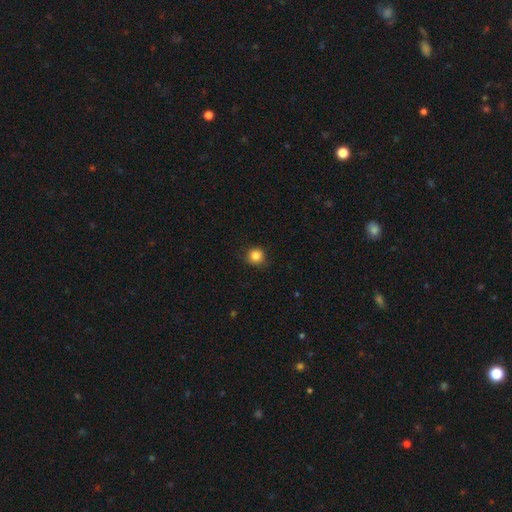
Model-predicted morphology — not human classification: A smooth galaxy with no disk features (84%) that is round (92%).

Vote fractions:
- Smooth or featured? smooth: 84% / star or artifact: 11% / featured or disk: 4%
- How rounded? round: 92% / in between: 7% / cigar-shaped: 1%
- Merging? none: 85% / minor disturbance: 12% / major disturbance: 2% / merger: 1%